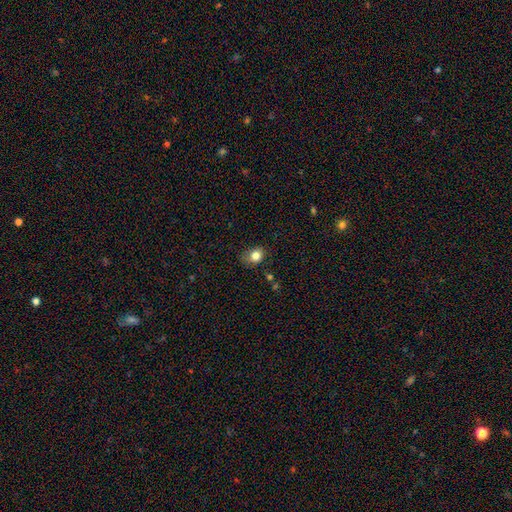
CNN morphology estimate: Q: Smooth or featured?
A: smooth (81%); runner-up: star or artifact (11%)
Q: How rounded?
A: round (52%); runner-up: in between (47%)
Q: Merging?
A: none (61%); runner-up: minor disturbance (28%)